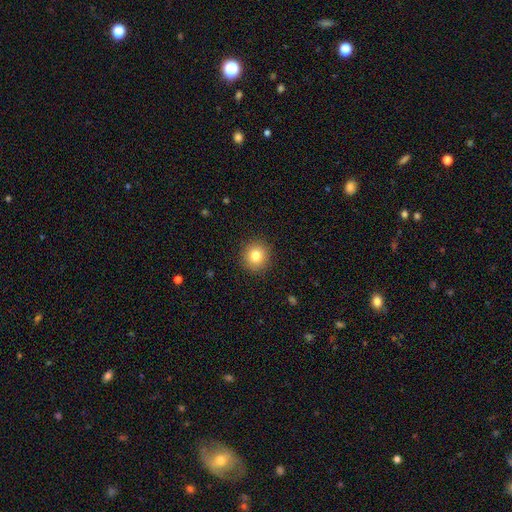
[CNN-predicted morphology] The model was most divided on "smooth or featured": smooth: 82%, star or artifact: 11%, featured or disk: 8%. More confident: how rounded — round (92%); merging — none (91%).